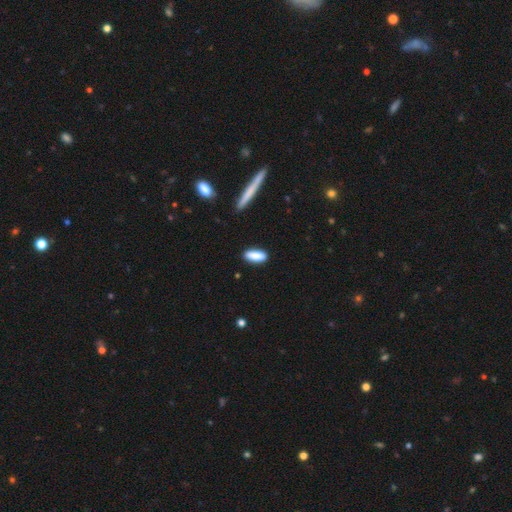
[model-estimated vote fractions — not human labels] Smooth or featured? smooth (86%)
How rounded? in between (64%)
Merging? none (87%)